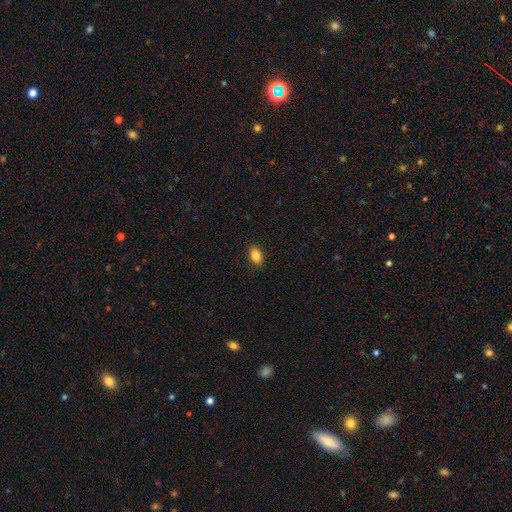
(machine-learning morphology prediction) Smooth or featured? Predicted: smooth (p=0.86). How rounded? Predicted: in between (p=0.89). Merging? Predicted: none (p=0.89).